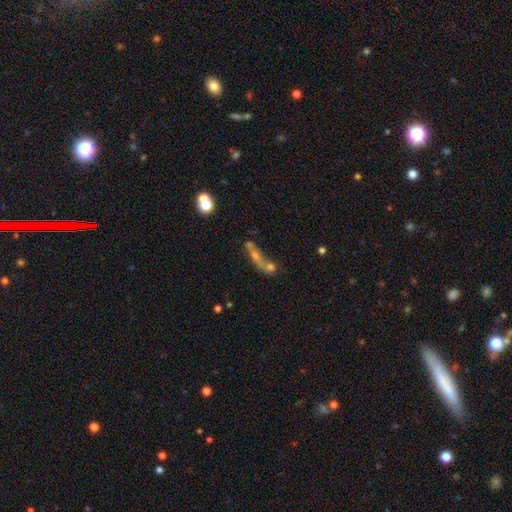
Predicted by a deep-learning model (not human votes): smooth-or-featured: featured or disk: 45% | smooth: 34% | star or artifact: 20%
  merging: merger: 49% | none: 25% | major disturbance: 17% | minor disturbance: 10%